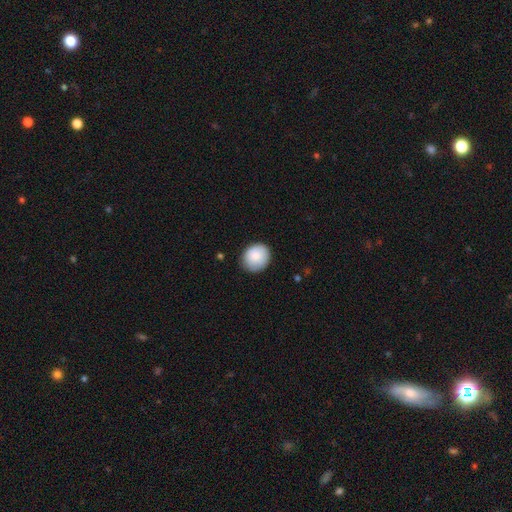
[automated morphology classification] smooth_or_featured: smooth (p=0.85) [alt: featured or disk p=0.08]
how_rounded: round (p=0.69) [alt: in between p=0.30]
merging: none (p=0.83) [alt: minor disturbance p=0.14]